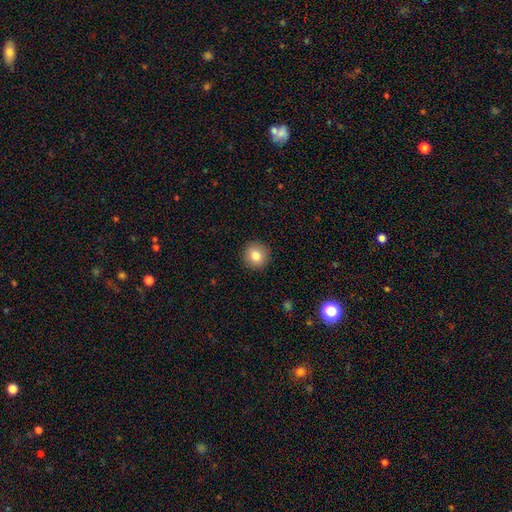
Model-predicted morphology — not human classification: Smooth or featured: smooth — 82% (star or artifact — 9%)
How rounded: round — 91% (in between — 8%)
Merging: none — 92% (minor disturbance — 5%)